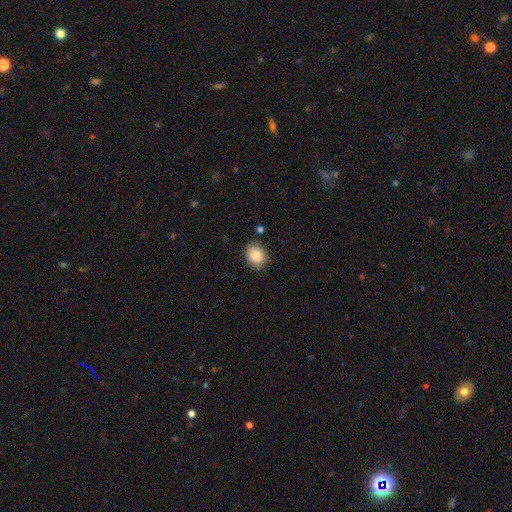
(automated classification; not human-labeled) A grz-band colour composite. It shows a smooth galaxy with no disk features (86%) that is in between round and cigar-shaped (50%). Merging: none (79%).